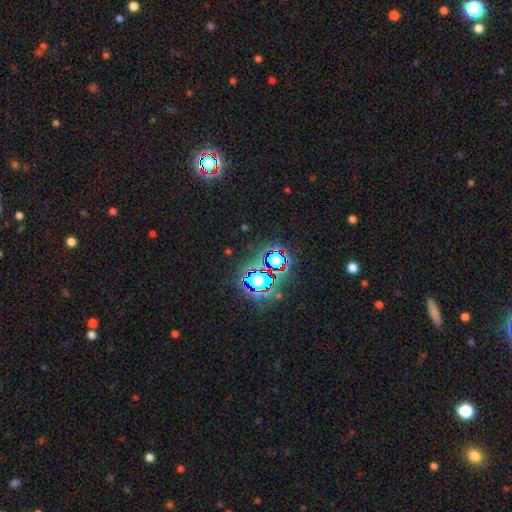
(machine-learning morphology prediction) The model was most divided on "smooth or featured": star or artifact: 81%, smooth: 11%, featured or disk: 8%.